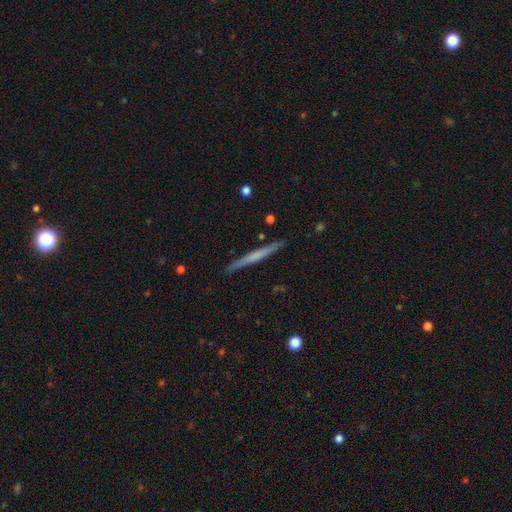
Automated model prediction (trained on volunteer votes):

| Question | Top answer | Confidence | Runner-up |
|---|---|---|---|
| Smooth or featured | featured or disk | 50% | smooth (44%) |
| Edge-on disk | yes | 97% | no (3%) |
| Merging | none | 90% | minor disturbance (7%) |